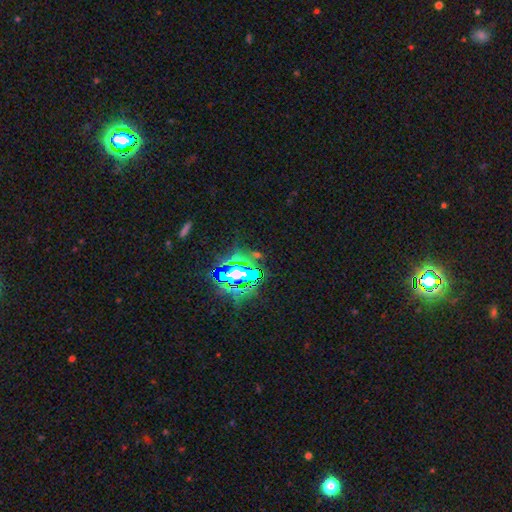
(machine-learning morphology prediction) Overall: star or artifact (74%).